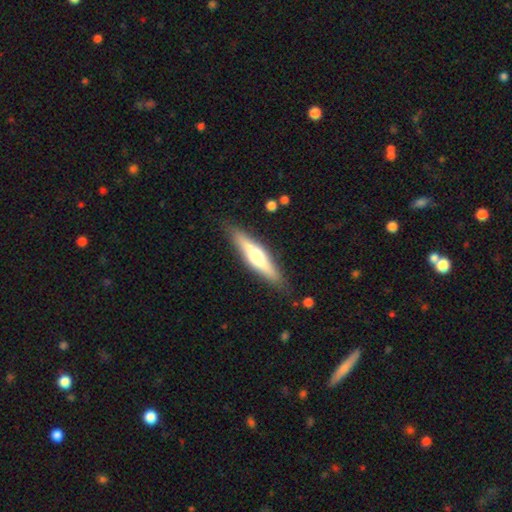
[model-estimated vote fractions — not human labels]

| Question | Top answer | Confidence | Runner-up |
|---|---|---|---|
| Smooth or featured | featured or disk | 55% | smooth (39%) |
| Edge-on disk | yes | 94% | no (6%) |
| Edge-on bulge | rounded | 89% | boxy (6%) |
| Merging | none | 87% | minor disturbance (9%) |